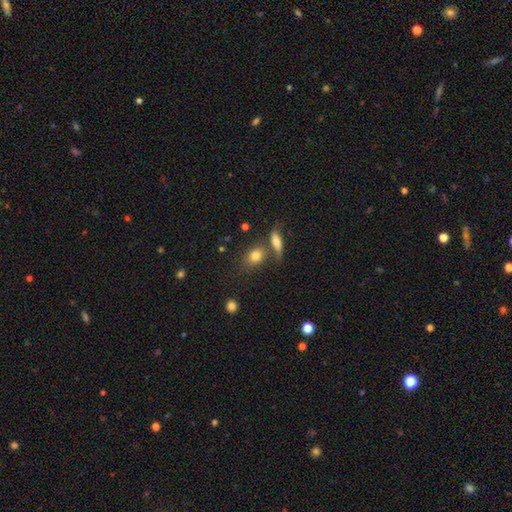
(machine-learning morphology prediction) smooth_or_featured: smooth (p=0.79) [alt: featured or disk p=0.10]
how_rounded: in between (p=0.59) [alt: round p=0.37]
merging: none (p=0.57) [alt: merger p=0.24]